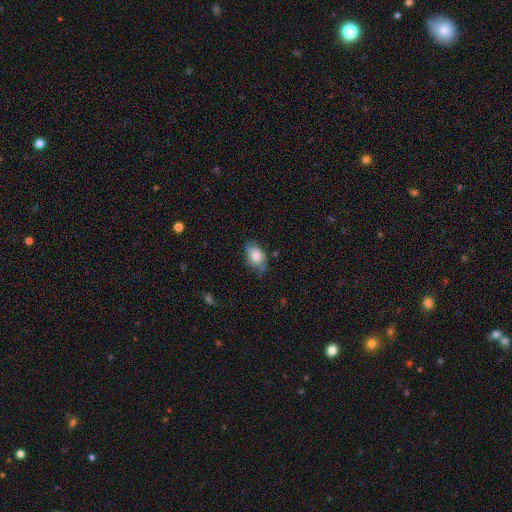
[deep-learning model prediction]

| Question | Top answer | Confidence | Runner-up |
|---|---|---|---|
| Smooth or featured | smooth | 75% | featured or disk (17%) |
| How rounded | in between | 84% | round (14%) |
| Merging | none | 57% | minor disturbance (32%) |